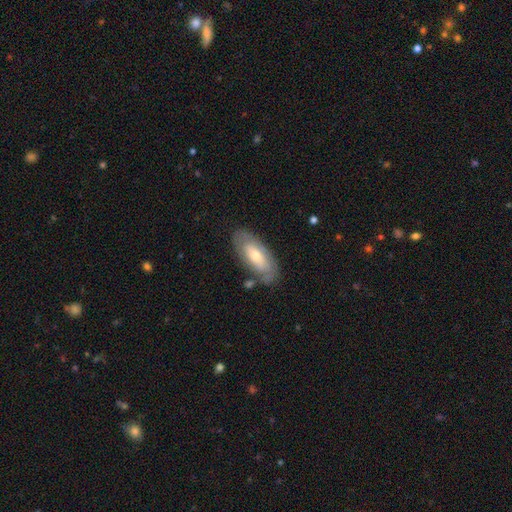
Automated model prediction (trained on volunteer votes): smooth_or_featured: smooth (p=0.48) [alt: featured or disk p=0.47]
merging: none (p=0.73) [alt: minor disturbance p=0.18]